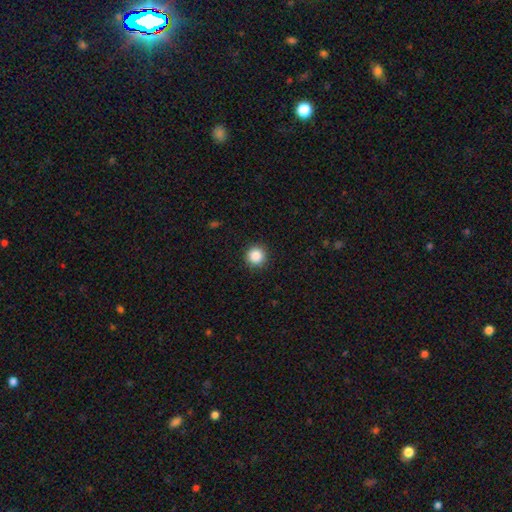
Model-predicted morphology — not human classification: This is clearly a smooth galaxy (87%). How rounded: clearly round (95%). Merging: clearly none (92%).